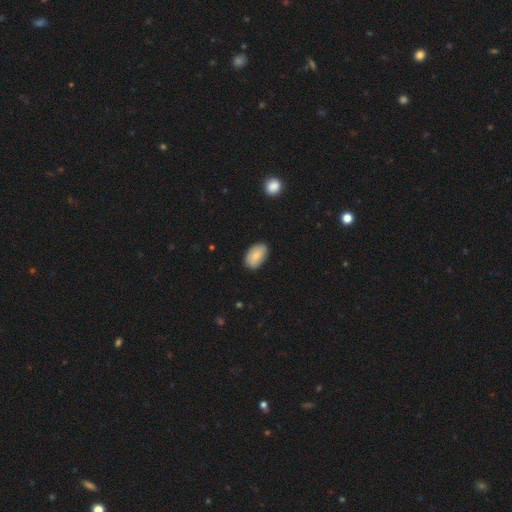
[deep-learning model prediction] Morphology: type=smooth (80%); roundness=in between (93%); merging=none (83%).